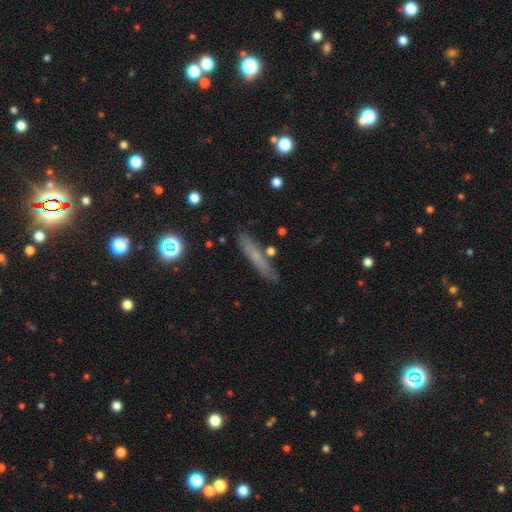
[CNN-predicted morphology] This appears to be a smooth galaxy with no disk features (61%) that is cigar-shaped (89%). Merging: none (81%).